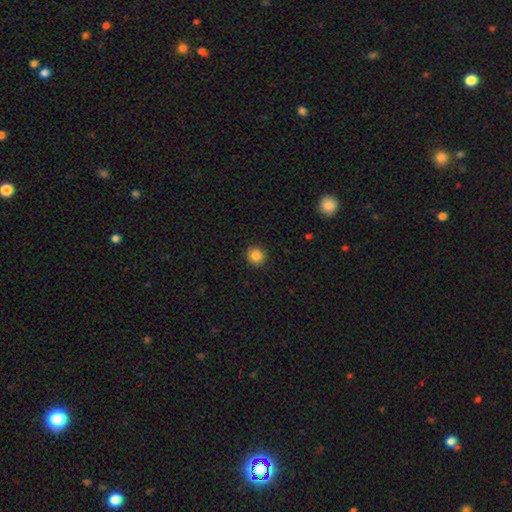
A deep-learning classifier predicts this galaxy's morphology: smooth 85%, star or artifact 10%, featured or disk 5%. Down the decision tree: how rounded — round (91%); merging — none (91%).